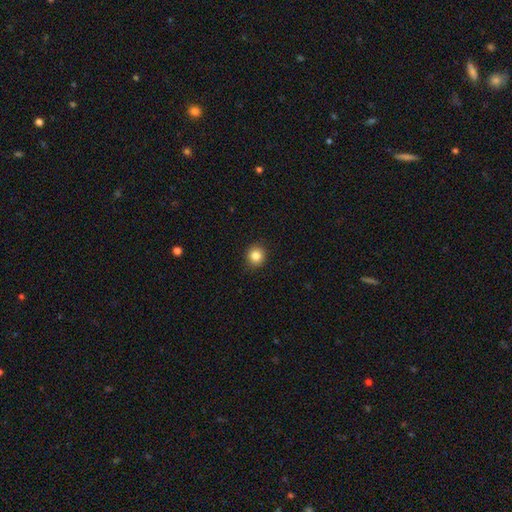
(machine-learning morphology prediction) Overall: smooth (84%). How rounded: round (89%). Merging: none (91%).